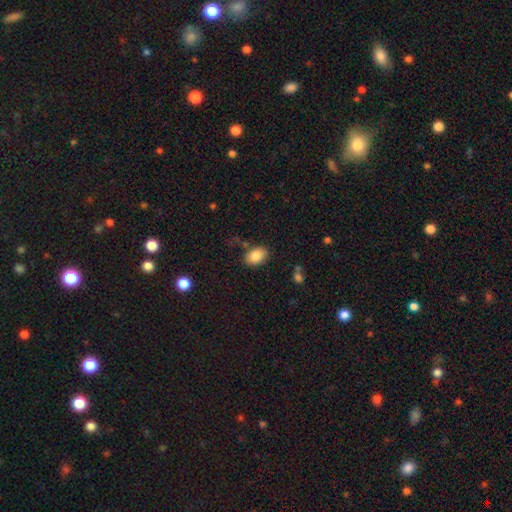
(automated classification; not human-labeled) A smooth galaxy with no disk features (87%) that is in between round and cigar-shaped (84%).

Vote fractions:
- Smooth or featured? smooth: 87% / star or artifact: 8% / featured or disk: 5%
- How rounded? in between: 84% / round: 15% / cigar-shaped: 1%
- Merging? none: 78% / minor disturbance: 14% / major disturbance: 4% / merger: 4%